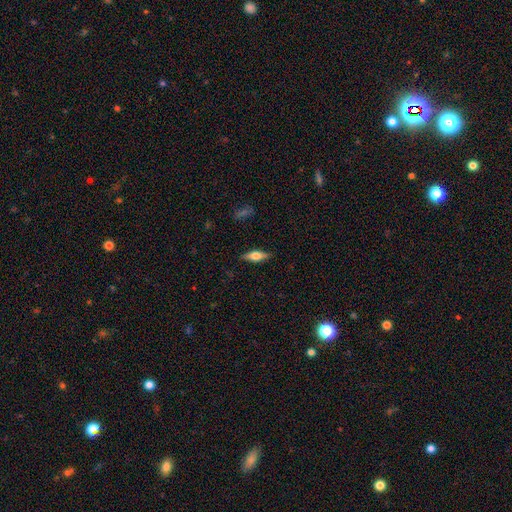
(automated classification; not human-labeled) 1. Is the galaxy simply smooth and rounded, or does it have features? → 51% smooth, 42% featured or disk, 7% star or artifact.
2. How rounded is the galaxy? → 56% in between, 41% cigar-shaped, 3% round.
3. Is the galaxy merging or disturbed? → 86% none, 10% minor disturbance, 2% major disturbance, 1% merger.